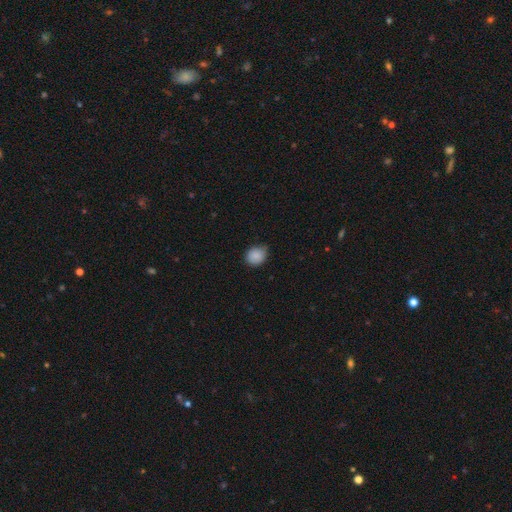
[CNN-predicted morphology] A smooth galaxy with no disk features (87%) that is round (71%). Merging: none (70%).